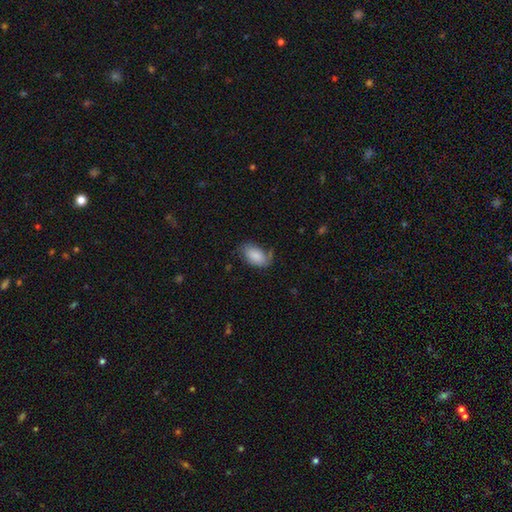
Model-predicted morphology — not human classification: A smooth galaxy with no disk features (83%) that is in between round and cigar-shaped (94%). Merging: none (61%).